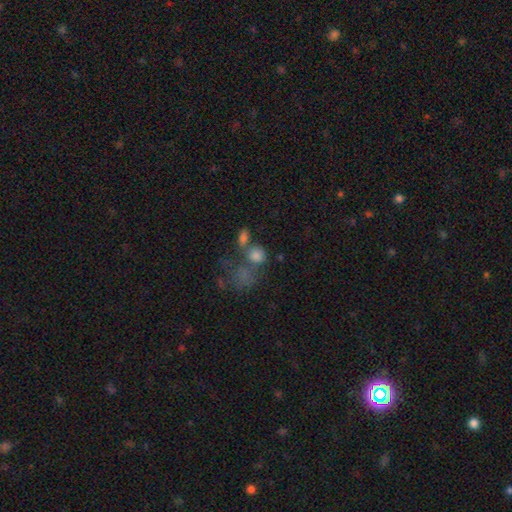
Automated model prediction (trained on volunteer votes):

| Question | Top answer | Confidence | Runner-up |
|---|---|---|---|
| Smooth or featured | smooth | 76% | star or artifact (13%) |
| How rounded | round | 65% | in between (33%) |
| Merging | merger | 38% | tied: none (38%) |